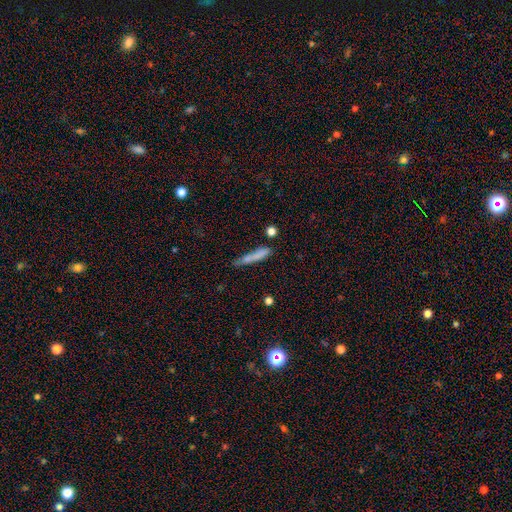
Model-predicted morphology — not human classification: A smooth galaxy with no disk features (71%) that is cigar-shaped (91%). Merging: none (61%).